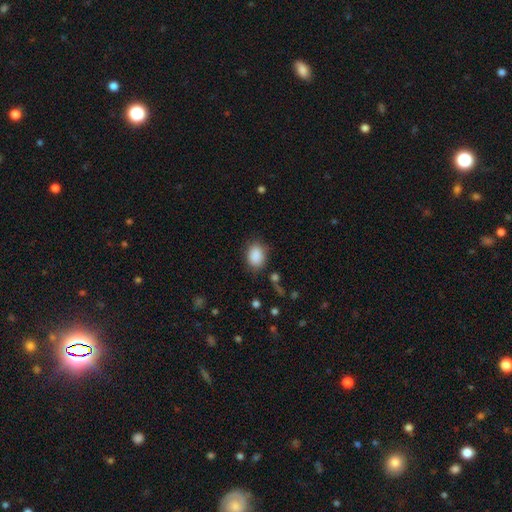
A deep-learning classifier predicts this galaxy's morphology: This appears to be a smooth galaxy with no disk features (88%) that is in between round and cigar-shaped (73%). Merging: none (80%).